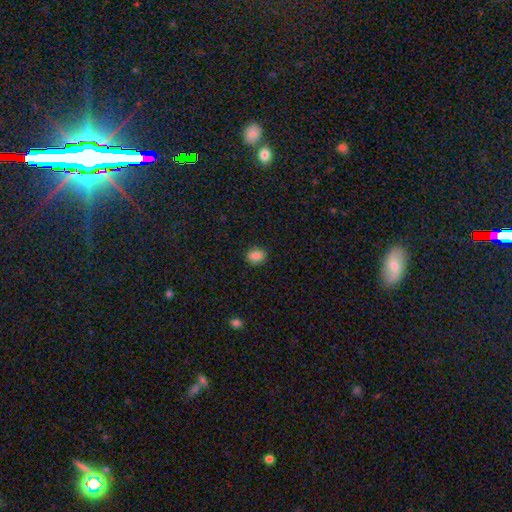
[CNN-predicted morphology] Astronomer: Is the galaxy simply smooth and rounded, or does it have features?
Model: smooth — 86%.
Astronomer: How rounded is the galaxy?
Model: round — 52% (runner-up: in between, 47%).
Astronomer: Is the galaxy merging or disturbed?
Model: none — 89%.